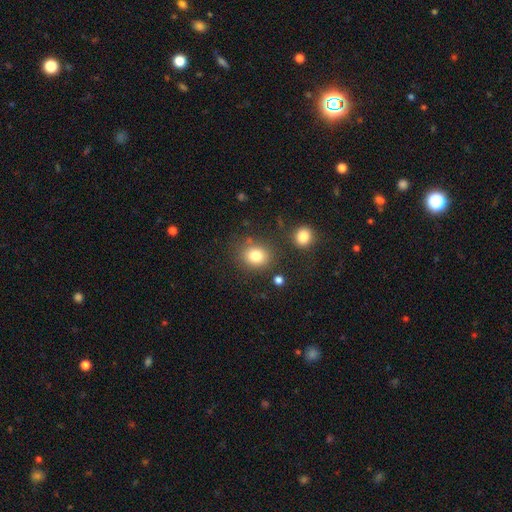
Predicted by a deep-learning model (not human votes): This appears to be a smooth galaxy with no disk features (81%) that is round (72%). Merging: none (78%).